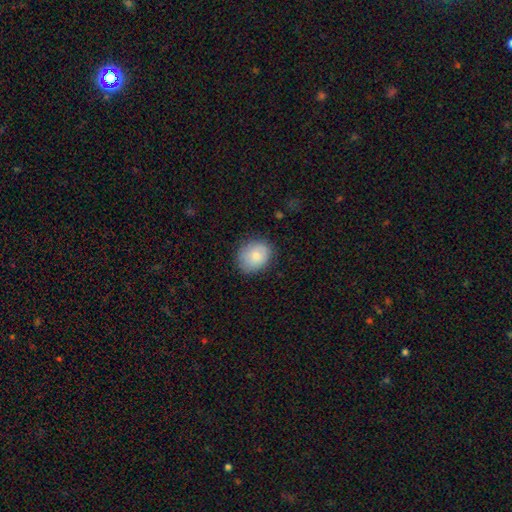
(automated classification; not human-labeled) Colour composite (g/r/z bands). It shows a smooth galaxy with no disk features (81%) that is round (64%). Merging: none (80%).